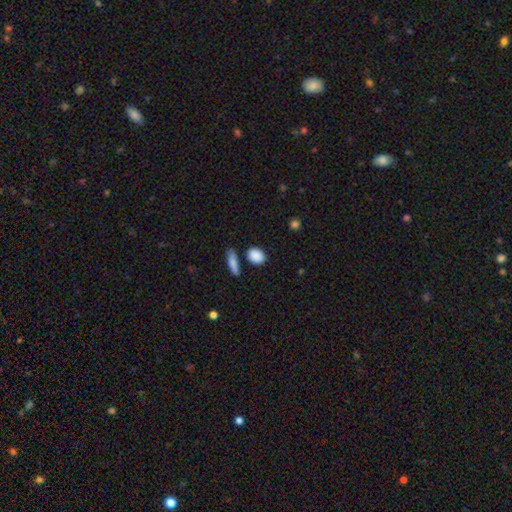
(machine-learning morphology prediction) type=smooth (88%); roundness=in between (68%); merging=none (79%).